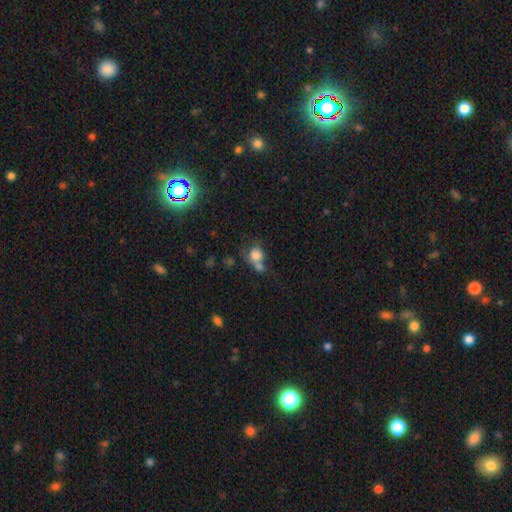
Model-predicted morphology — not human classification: Smooth or featured? smooth (76%)
How rounded? round (71%)
Merging? merger (47%)